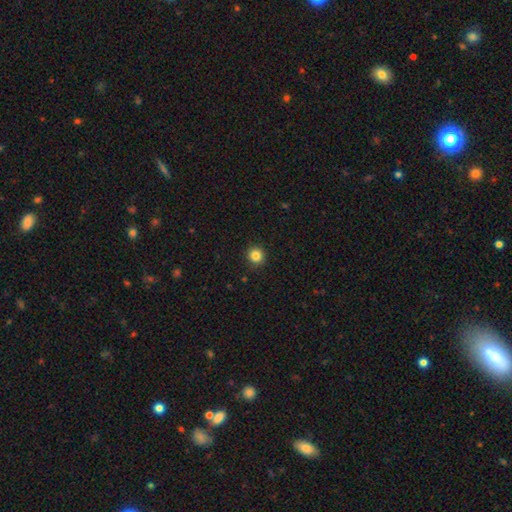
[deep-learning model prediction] Q: Smooth or featured?
A: smooth (84%); runner-up: star or artifact (11%)
Q: How rounded?
A: round (93%); runner-up: in between (6%)
Q: Merging?
A: none (92%); runner-up: minor disturbance (5%)